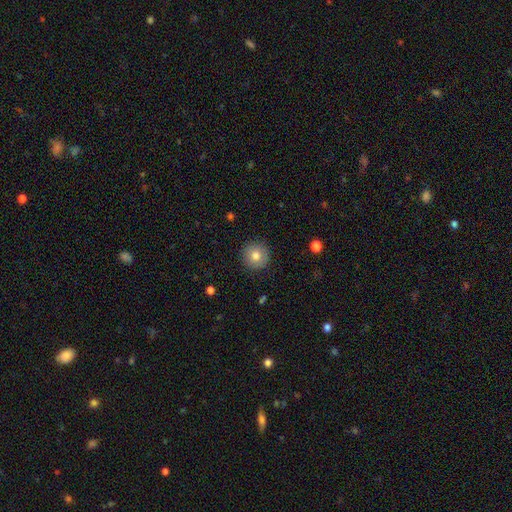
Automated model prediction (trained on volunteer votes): The model was most divided on "smooth or featured": smooth: 78%, featured or disk: 12%, star or artifact: 9%. More confident: how rounded — round (95%); merging — none (90%).